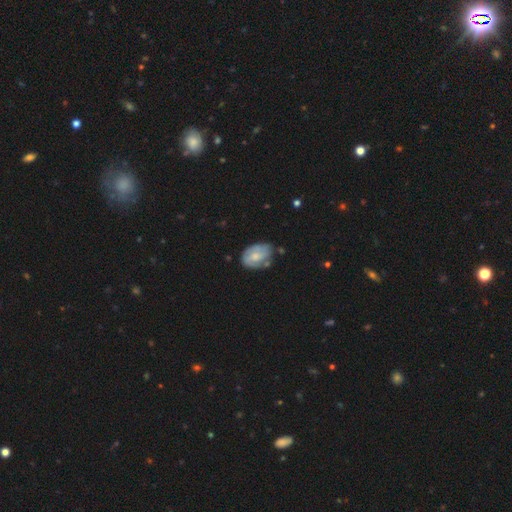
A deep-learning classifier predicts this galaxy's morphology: This appears to be a smooth galaxy with no disk features (53%) that is in between round and cigar-shaped (82%). Merging: none (58%).